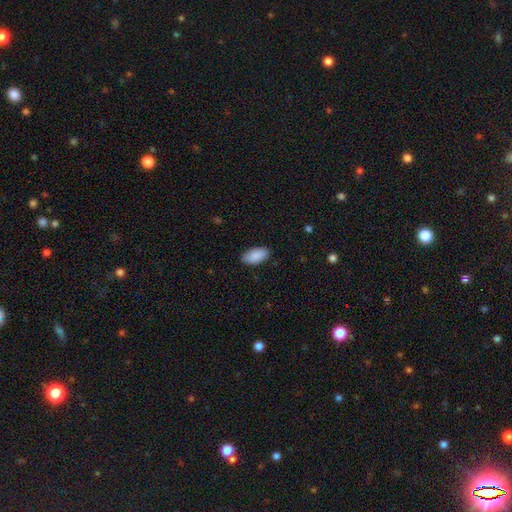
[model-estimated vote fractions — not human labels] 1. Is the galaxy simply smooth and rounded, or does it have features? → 91% smooth, 6% star or artifact, 3% featured or disk.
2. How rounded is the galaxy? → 95% in between, 3% cigar-shaped, 2% round.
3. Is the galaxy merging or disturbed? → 88% none, 9% minor disturbance, 2% major disturbance, 1% merger.